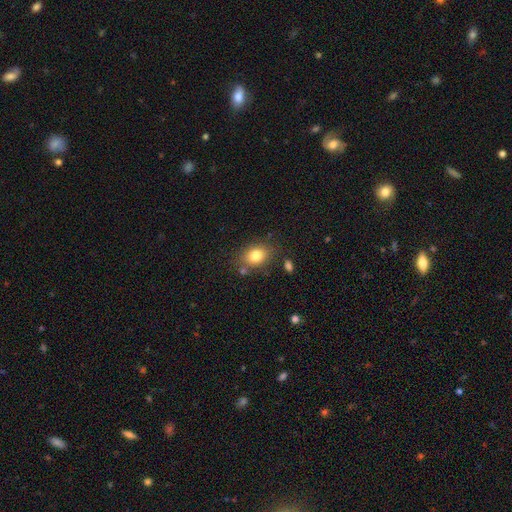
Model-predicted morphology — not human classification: The model was most divided on "how rounded": in between: 67%, round: 32%, cigar-shaped: 1%. More confident: smooth or featured — smooth (81%); merging — none (75%).